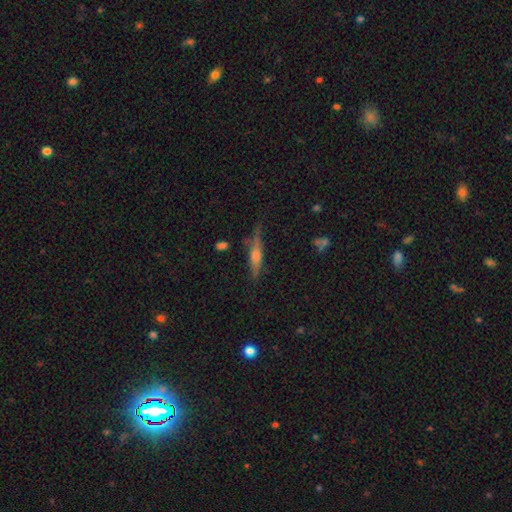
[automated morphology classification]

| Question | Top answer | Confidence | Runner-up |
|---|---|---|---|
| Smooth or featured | featured or disk | 51% | smooth (40%) |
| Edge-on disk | yes | 92% | no (8%) |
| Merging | none | 74% | minor disturbance (18%) |